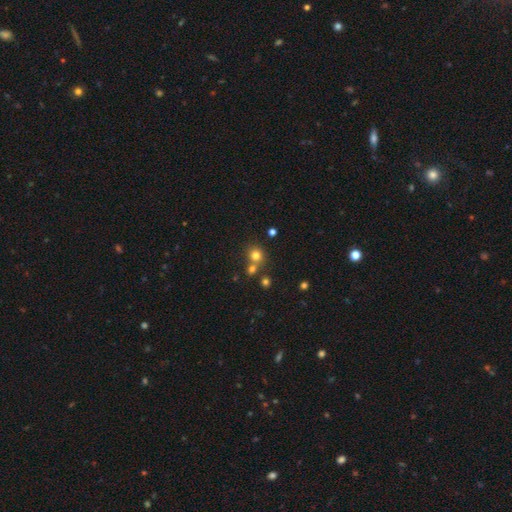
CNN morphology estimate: type=smooth (76%); roundness=round (85%); merging=none (58%).